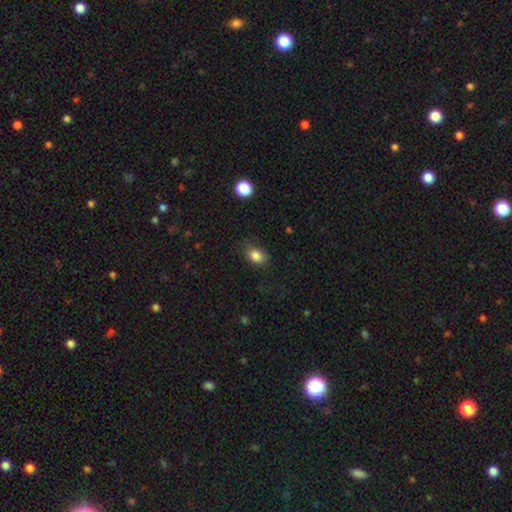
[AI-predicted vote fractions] Smooth or featured? Predicted: smooth (p=0.84). How rounded? Predicted: in between (p=0.67). Merging? Predicted: none (p=0.72).